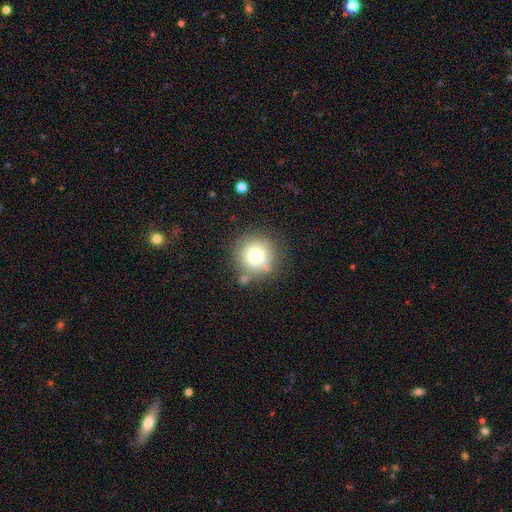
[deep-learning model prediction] Smooth or featured? Predicted: smooth (p=0.74). How rounded? Predicted: round (p=0.94). Merging? Predicted: none (p=0.77).